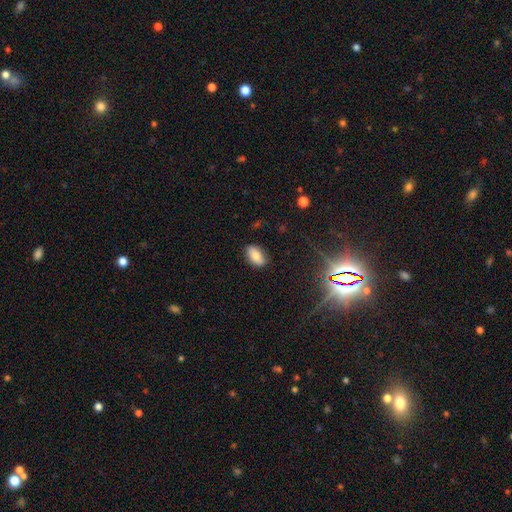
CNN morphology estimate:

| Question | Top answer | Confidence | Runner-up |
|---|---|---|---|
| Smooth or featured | smooth | 76% | featured or disk (14%) |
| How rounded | in between | 92% | round (6%) |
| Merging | none | 84% | minor disturbance (12%) |